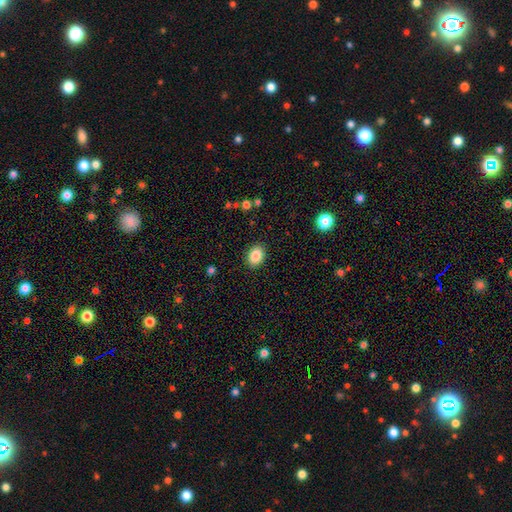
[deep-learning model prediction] Smooth or featured? smooth (87%)
How rounded? in between (71%)
Merging? none (89%)